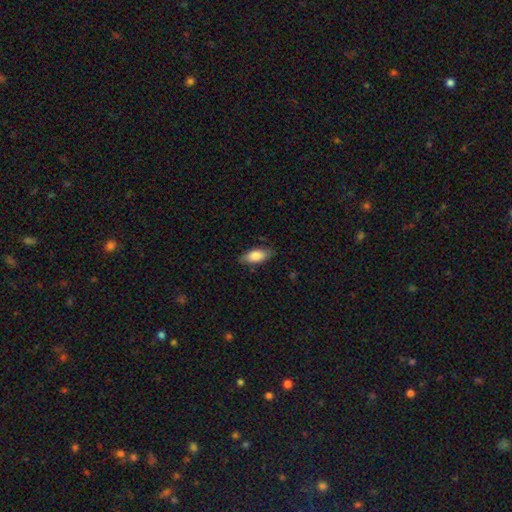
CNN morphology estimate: A smooth galaxy with no disk features (82%) that is in between round and cigar-shaped (84%). Merging: none (81%).